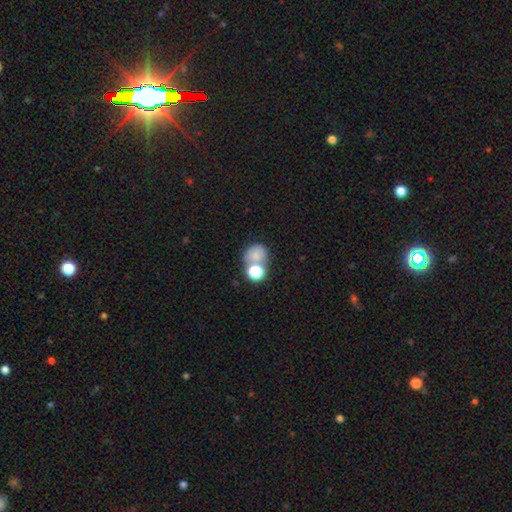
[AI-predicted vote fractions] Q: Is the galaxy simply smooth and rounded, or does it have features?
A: smooth — 72%.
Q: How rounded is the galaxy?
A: round — 68%.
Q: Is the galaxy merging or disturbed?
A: merger — 44%.